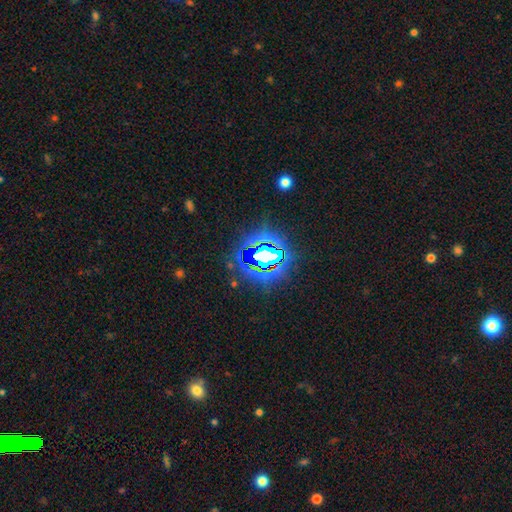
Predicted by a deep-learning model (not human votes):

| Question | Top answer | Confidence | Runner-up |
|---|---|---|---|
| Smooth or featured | star or artifact | 75% | smooth (14%) |